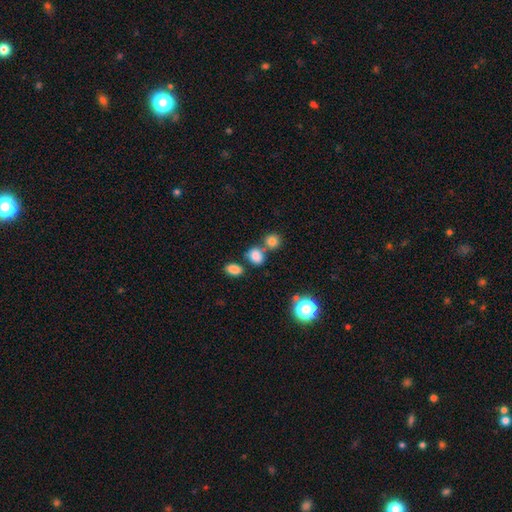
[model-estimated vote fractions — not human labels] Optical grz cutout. It shows a smooth galaxy with no disk features (81%) that is round (52%). Merging: none (57%).